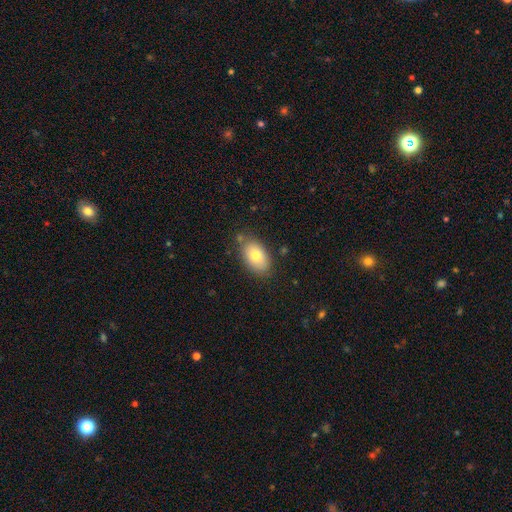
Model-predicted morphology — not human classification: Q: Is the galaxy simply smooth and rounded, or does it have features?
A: smooth — 77%.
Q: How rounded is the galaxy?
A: in between — 89%.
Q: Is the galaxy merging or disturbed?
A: none — 78%.